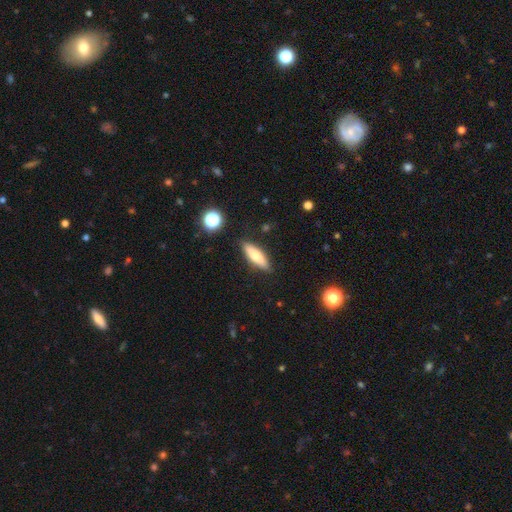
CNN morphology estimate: Smooth or featured?
  - smooth: 64% *
  - featured or disk: 28%
  - star or artifact: 7%
How rounded?
  - cigar-shaped: 57% *
  - in between: 40%
  - round: 2%
Merging?
  - none: 87% *
  - minor disturbance: 9%
  - major disturbance: 2%
  - merger: 2%